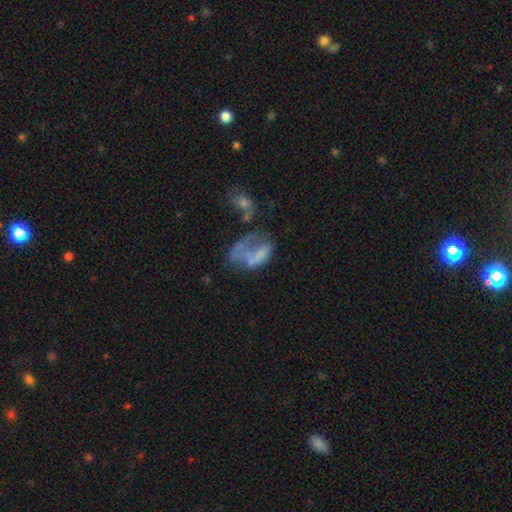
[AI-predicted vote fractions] Overall: featured or disk (44%; smooth 42%). Merging: major disturbance (43%; merger 23%).